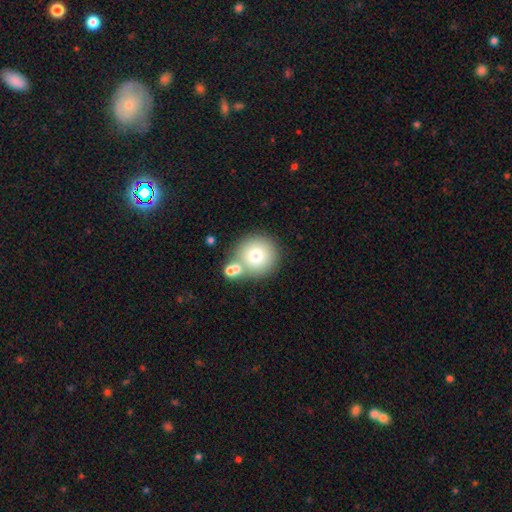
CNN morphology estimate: smooth 75%, featured or disk 15%, star or artifact 10%. Down the decision tree: how rounded — round (92%); merging — none (61%).